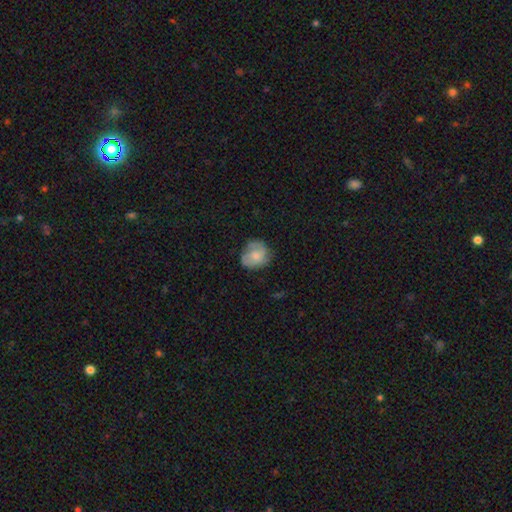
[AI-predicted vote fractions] The model was most divided on "smooth or featured": smooth: 60%, featured or disk: 32%, star or artifact: 8%. More confident: how rounded — round (71%); merging — none (62%).